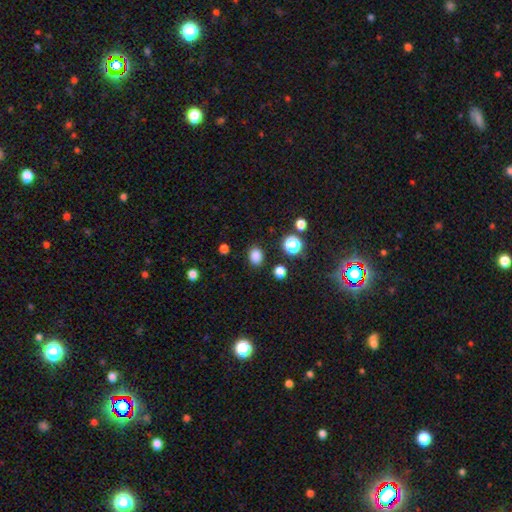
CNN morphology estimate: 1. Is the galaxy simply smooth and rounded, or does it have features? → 82% smooth, 14% star or artifact, 3% featured or disk.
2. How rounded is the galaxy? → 51% in between, 48% round, 1% cigar-shaped.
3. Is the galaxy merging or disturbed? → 84% none, 10% minor disturbance, 3% major disturbance, 3% merger.